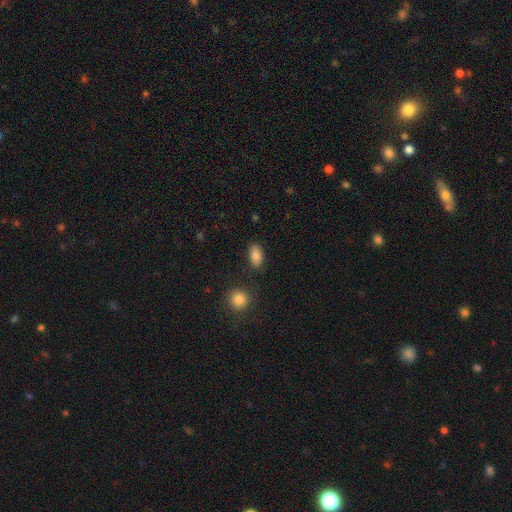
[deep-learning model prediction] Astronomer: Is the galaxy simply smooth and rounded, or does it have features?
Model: smooth — 83%.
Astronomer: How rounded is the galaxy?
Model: in between — 90%.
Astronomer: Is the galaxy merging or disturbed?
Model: none — 83%.